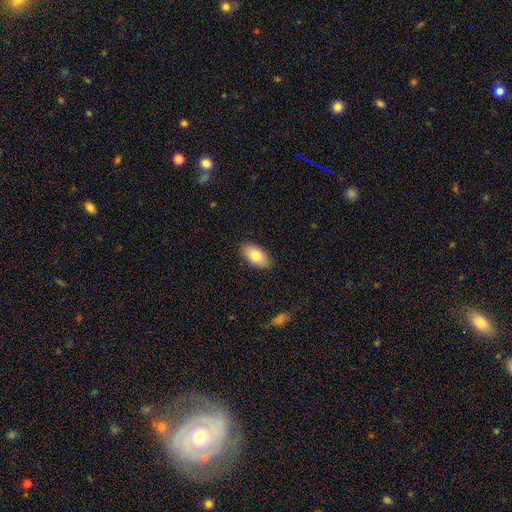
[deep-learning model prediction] smooth_or_featured: smooth (p=0.80) [alt: featured or disk p=0.14]
how_rounded: in between (p=0.93) [alt: cigar-shaped p=0.04]
merging: none (p=0.88) [alt: minor disturbance p=0.09]